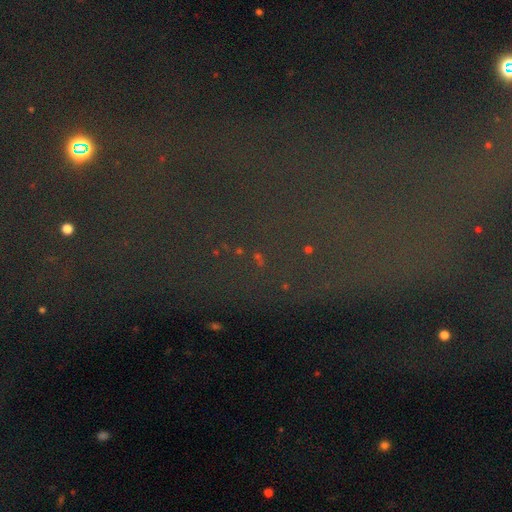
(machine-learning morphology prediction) This appears to be a star or artifact, not a galaxy (76%).